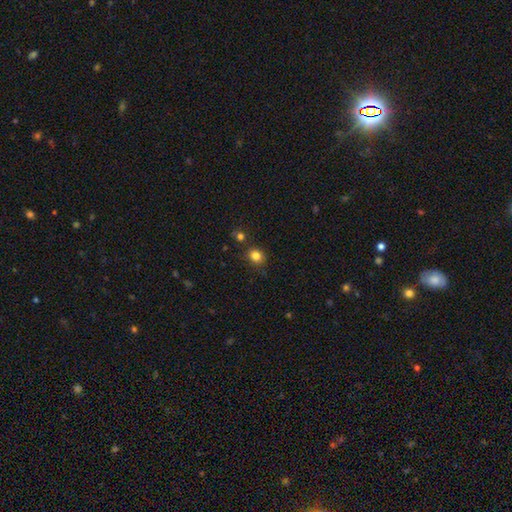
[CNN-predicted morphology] Smooth or featured? smooth (82%)
How rounded? round (76%)
Merging? none (79%)